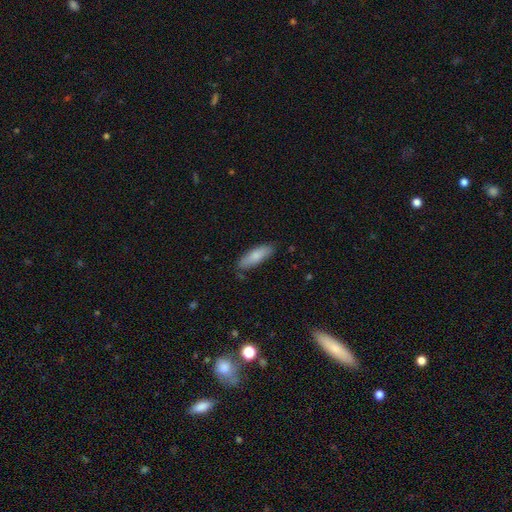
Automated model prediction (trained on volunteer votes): This appears to be a smooth galaxy with no disk features (83%) that is in between round and cigar-shaped (56%). Merging: none (83%).